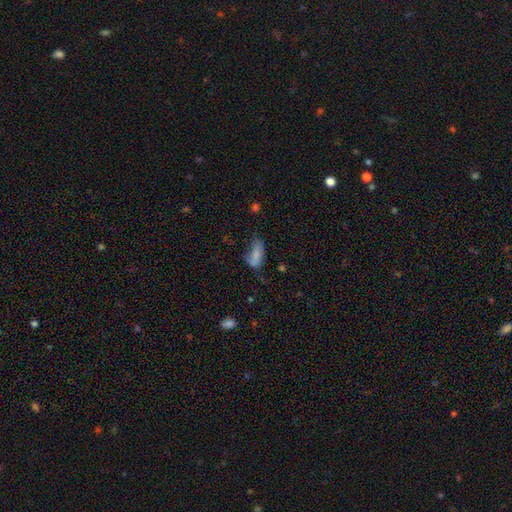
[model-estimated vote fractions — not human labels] Overall: smooth (74%). How rounded: in between (82%). Merging: none (34%; minor disturbance 33%).